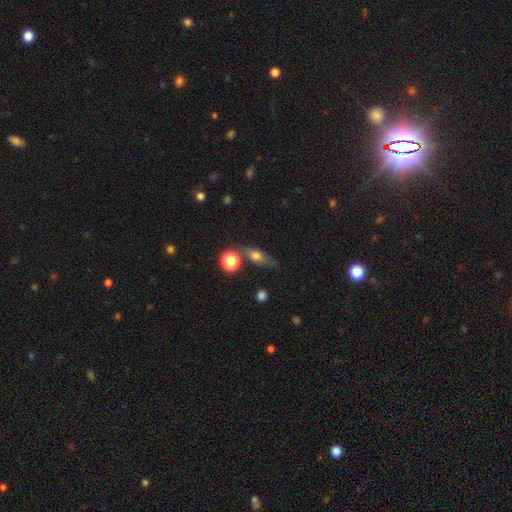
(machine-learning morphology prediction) smooth-or-featured: smooth: 59% | featured or disk: 28% | star or artifact: 13%
  how-rounded: in between: 55% | cigar-shaped: 26% | round: 19%
  merging: none: 58% | minor disturbance: 21% | merger: 12% | major disturbance: 8%